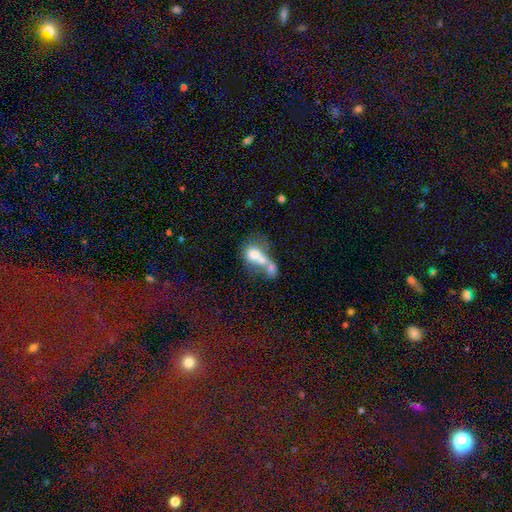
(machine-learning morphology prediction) A smooth galaxy with no disk features (58%) that is in between round and cigar-shaped (63%). Merging: merger (71%).